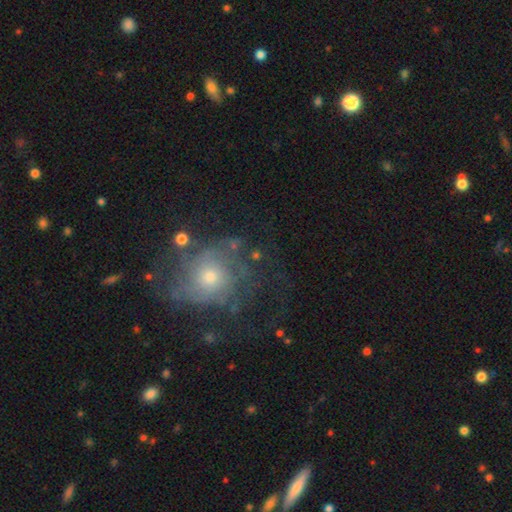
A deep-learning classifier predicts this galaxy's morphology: Smooth or featured?
  - featured or disk: 64% *
  - smooth: 22%
  - star or artifact: 14%
Edge-on disk?
  - no: 97% *
  - yes: 3%
Bar?
  - no: 82% *
  - weak: 15%
  - strong: 3%
Spiral arms?
  - yes: 81% *
  - no: 19%
Spiral winding?
  - tight: 49% *
  - medium: 35%
  - loose: 16%
Spiral arm count?
  - can't tell: 48% *
  - 2: 16%
  - 3: 13%
  - 4: 10%
  - more than 4: 7%
  - 1: 6%
Bulge size?
  - moderate: 54% *
  - small: 37%
  - large: 6%
  - none: 2%
  - dominant: 1%
Merging?
  - none: 58% *
  - major disturbance: 19%
  - minor disturbance: 19%
  - merger: 4%